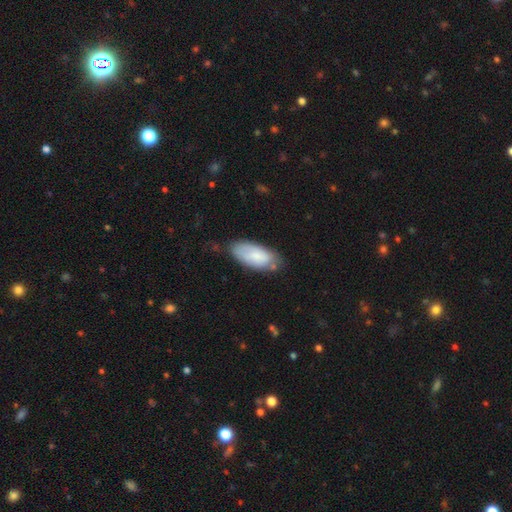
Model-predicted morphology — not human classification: Overall: smooth (76%). How rounded: in between (90%). Merging: none (64%; minor disturbance 26%).